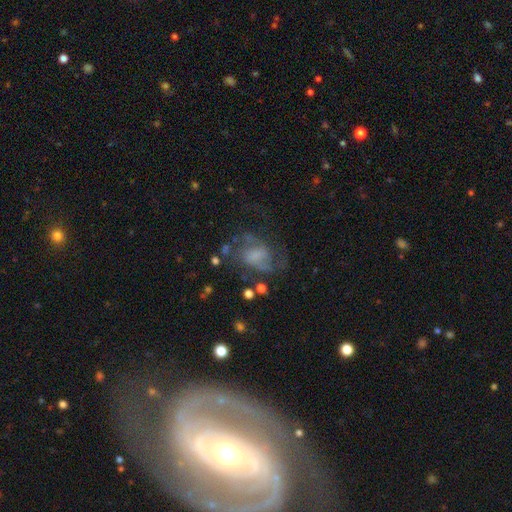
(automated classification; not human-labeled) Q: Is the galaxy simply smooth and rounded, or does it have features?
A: featured or disk — 60%.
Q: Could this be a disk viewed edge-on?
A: no — 97%.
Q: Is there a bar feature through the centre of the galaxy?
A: no — 51%.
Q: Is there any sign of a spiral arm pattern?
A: yes — 74%.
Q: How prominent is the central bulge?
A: none — 46%.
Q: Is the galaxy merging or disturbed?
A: none — 48%.